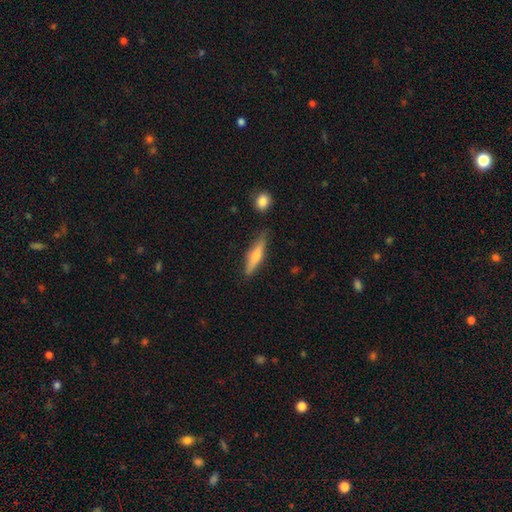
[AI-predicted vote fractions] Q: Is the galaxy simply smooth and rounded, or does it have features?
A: smooth — 50%.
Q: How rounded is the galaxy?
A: cigar-shaped — 79%.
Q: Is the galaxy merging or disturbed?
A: none — 82%.